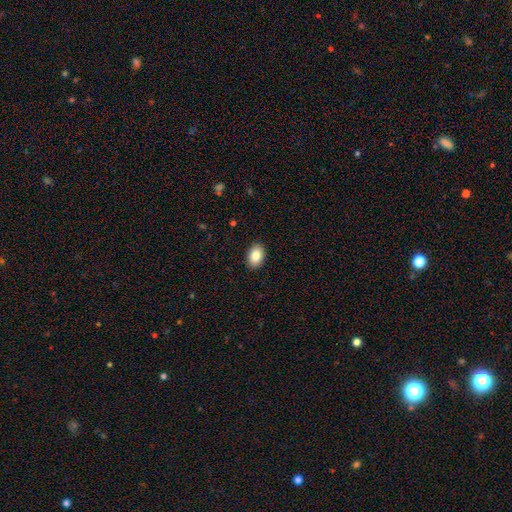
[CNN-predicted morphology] This is clearly a smooth galaxy (85%). How rounded: clearly in between (87%). Merging: clearly none (90%).